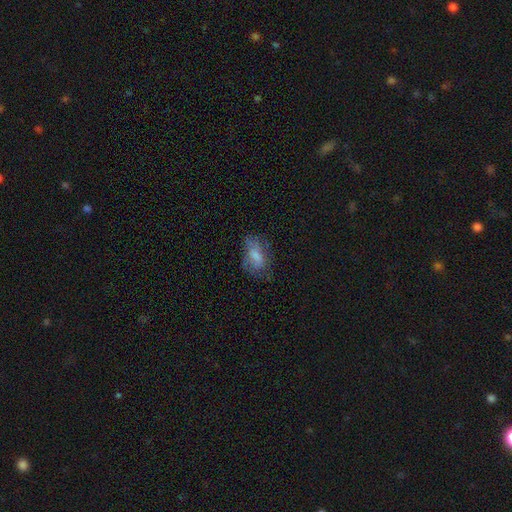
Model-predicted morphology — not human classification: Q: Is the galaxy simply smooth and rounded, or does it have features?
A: smooth — 65%.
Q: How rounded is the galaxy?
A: in between — 87%.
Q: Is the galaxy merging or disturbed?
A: none — 51%.